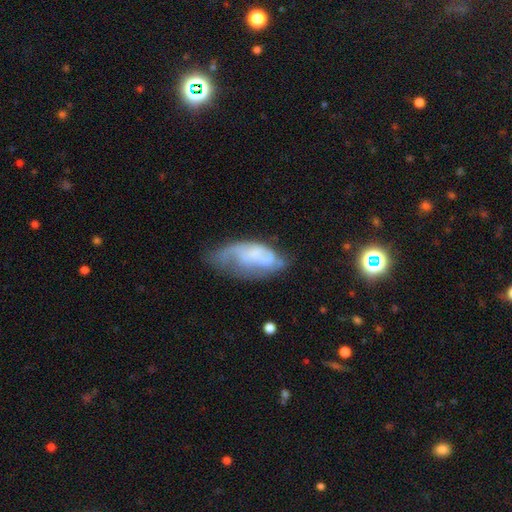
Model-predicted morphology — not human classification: Overall: featured or disk (55%; smooth 36%). Edge-on disk: no (93%). Bar: no (73%). Spiral arms: yes (63%; no 37%). Bulge size: none (58%; small 21%). Merging: none (34%; major disturbance 31%).